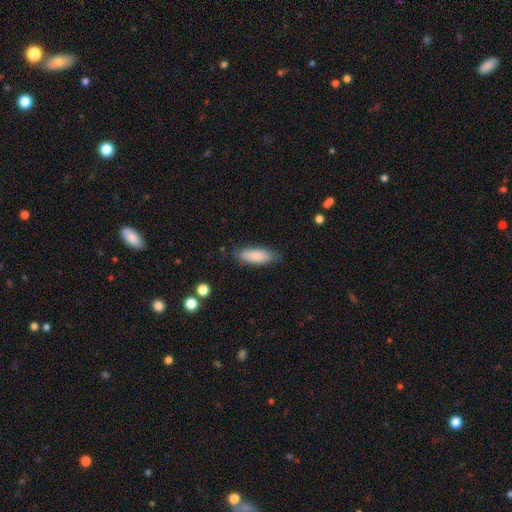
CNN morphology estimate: type=smooth (84%); roundness=in between (66%); merging=none (78%).